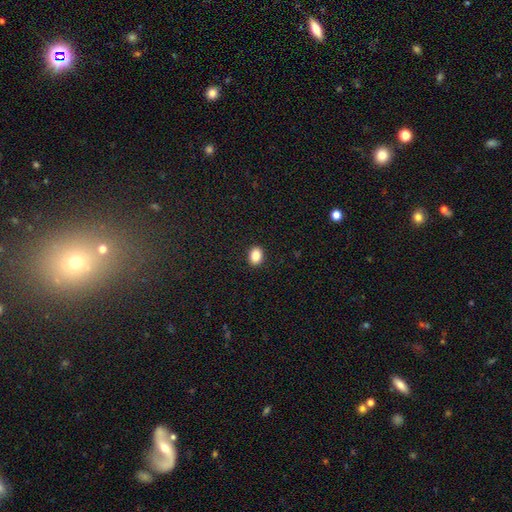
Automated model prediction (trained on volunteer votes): smooth_or_featured: smooth (p=0.85) [alt: star or artifact p=0.09]
how_rounded: in between (p=0.69) [alt: round p=0.30]
merging: none (p=0.91) [alt: minor disturbance p=0.06]